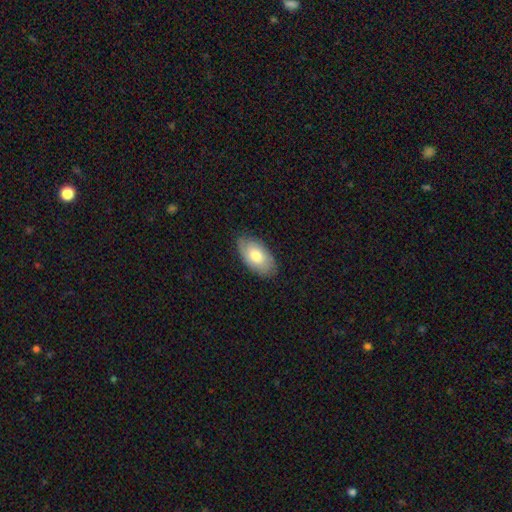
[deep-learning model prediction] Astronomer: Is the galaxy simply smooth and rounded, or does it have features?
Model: smooth — 63%.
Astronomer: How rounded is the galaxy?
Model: in between — 94%.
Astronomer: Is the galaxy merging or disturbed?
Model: none — 80%.